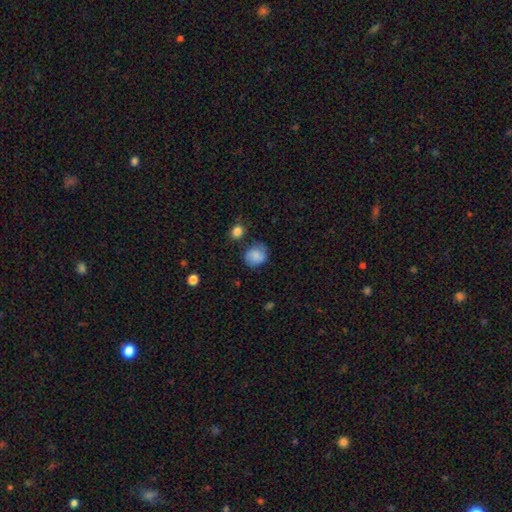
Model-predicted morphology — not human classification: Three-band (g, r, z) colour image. It shows a smooth galaxy with no disk features (82%) that is round (70%). Merging: none (67%).